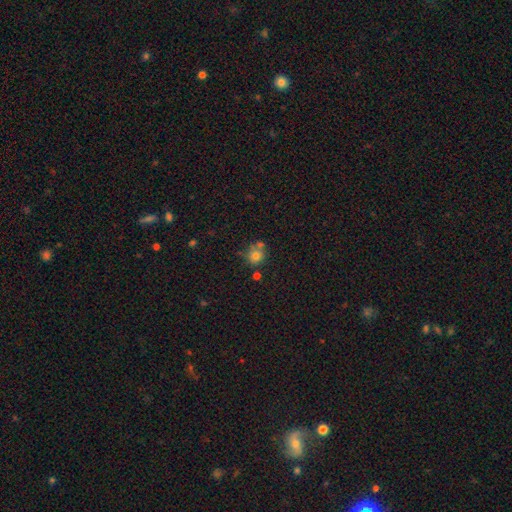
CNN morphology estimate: Smooth or featured? smooth (75%)
How rounded? round (85%)
Merging? none (58%)